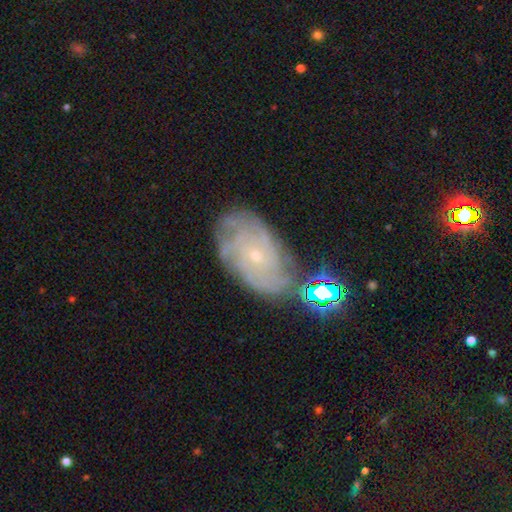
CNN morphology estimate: Smooth or featured?
  - featured or disk: 78% *
  - smooth: 13%
  - star or artifact: 10%
Edge-on disk?
  - no: 96% *
  - yes: 4%
Bar?
  - no: 79% *
  - weak: 18%
  - strong: 4%
Spiral arms?
  - yes: 91% *
  - no: 9%
Spiral winding?
  - tight: 67% *
  - medium: 25%
  - loose: 8%
Spiral arm count?
  - can't tell: 44% *
  - 4: 18%
  - more than 4: 12%
  - 3: 11%
  - 2: 10%
  - 1: 6%
Bulge size?
  - small: 85% *
  - moderate: 11%
  - none: 2%
  - large: 1%
  - dominant: 1%
Merging?
  - none: 66% *
  - minor disturbance: 20%
  - major disturbance: 8%
  - merger: 6%